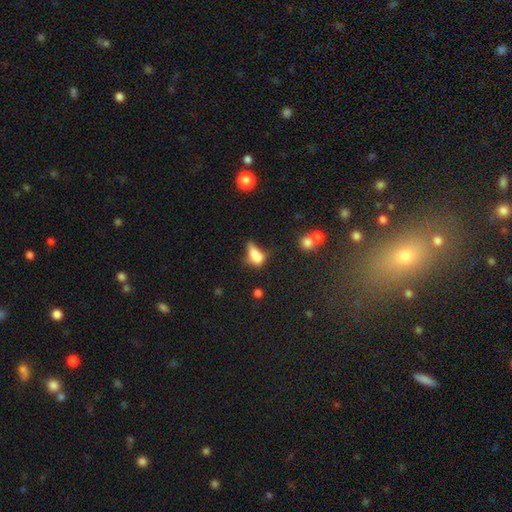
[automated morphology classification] A smooth galaxy with no disk features (70%) that is in between round and cigar-shaped (76%). Merging: minor disturbance (28%).